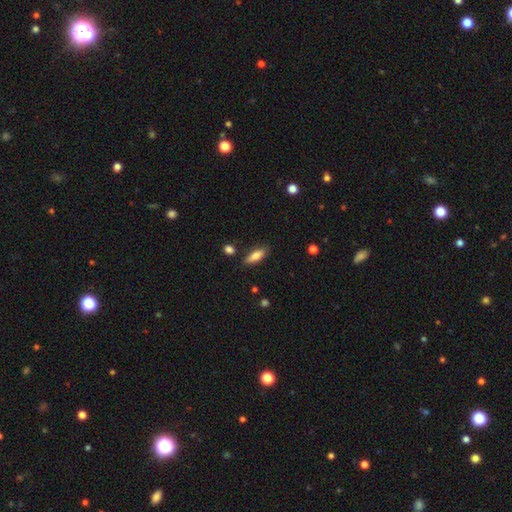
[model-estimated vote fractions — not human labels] This is likely a smooth galaxy (78%). How rounded: likely in between (60%). Merging: clearly none (81%).